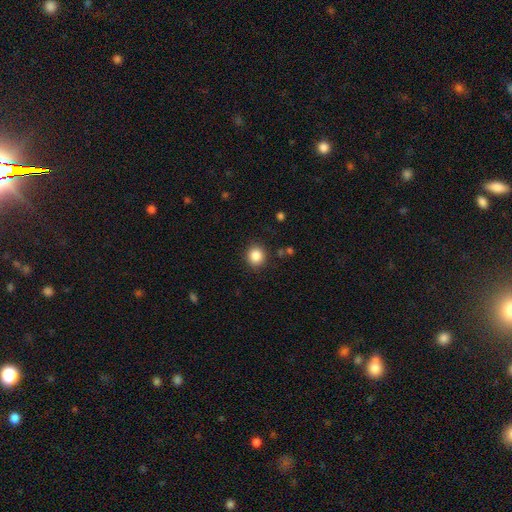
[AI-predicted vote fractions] A smooth galaxy with no disk features (85%) that is round (88%).

Vote fractions:
- Smooth or featured? smooth: 85% / star or artifact: 10% / featured or disk: 4%
- How rounded? round: 88% / in between: 11% / cigar-shaped: 1%
- Merging? none: 89% / minor disturbance: 7% / major disturbance: 3% / merger: 2%